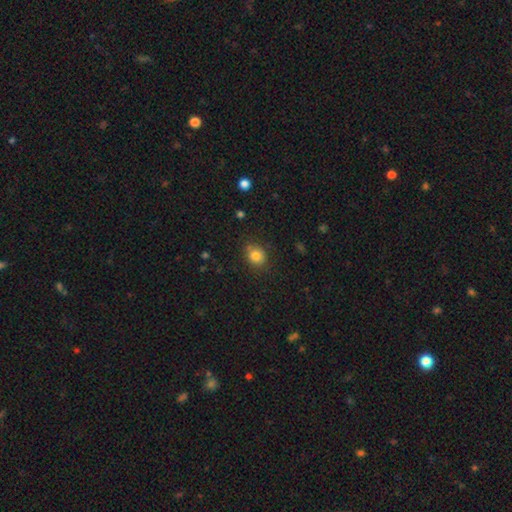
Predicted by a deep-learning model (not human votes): The model was most divided on "how rounded": round: 65%, in between: 34%, cigar-shaped: 1%. More confident: smooth or featured — smooth (82%); merging — none (78%).